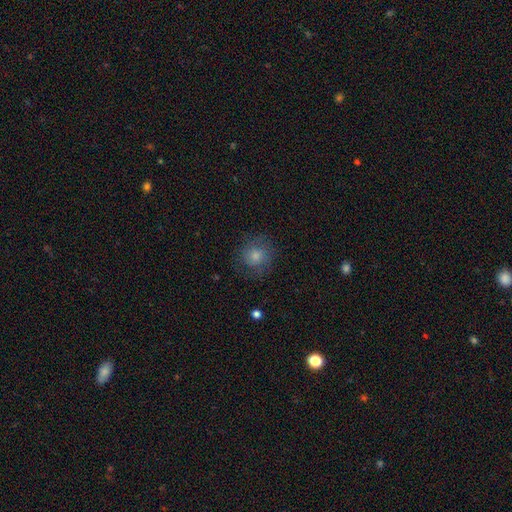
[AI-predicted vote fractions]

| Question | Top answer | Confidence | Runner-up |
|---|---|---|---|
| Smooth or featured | smooth | 74% | featured or disk (17%) |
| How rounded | round | 86% | in between (13%) |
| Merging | none | 73% | minor disturbance (17%) |